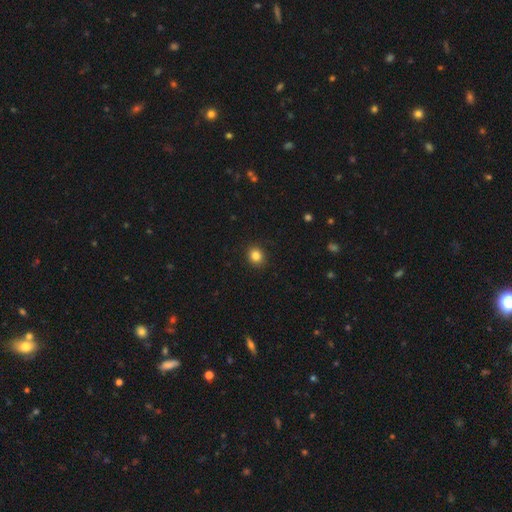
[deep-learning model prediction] Overall: smooth (84%). How rounded: round (80%). Merging: none (90%).